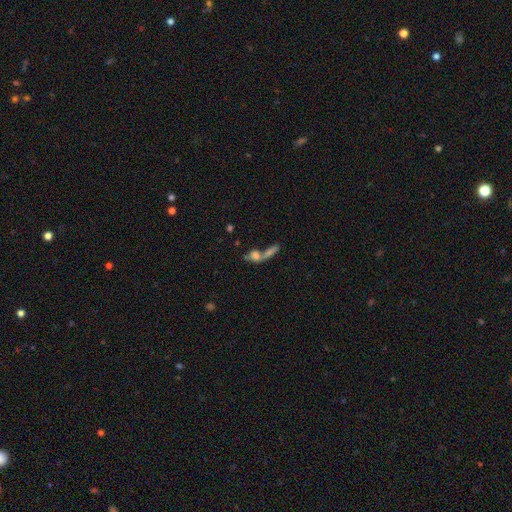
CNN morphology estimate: A smooth galaxy with no disk features (63%) that is in between round and cigar-shaped (52%).

Vote fractions:
- Smooth or featured? smooth: 63% / featured or disk: 23% / star or artifact: 13%
- How rounded? in between: 52% / cigar-shaped: 27% / round: 21%
- Merging? merger: 59% / none: 25% / major disturbance: 9% / minor disturbance: 8%